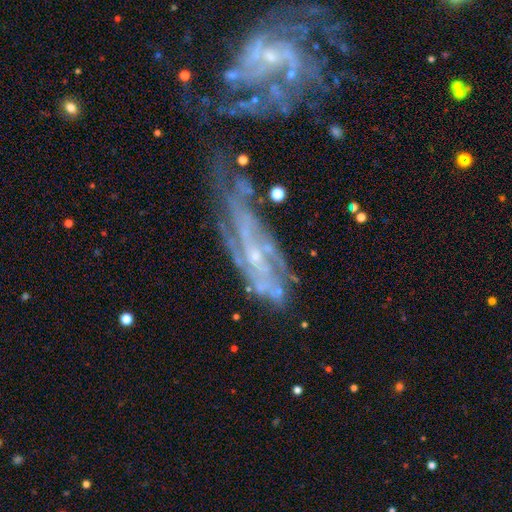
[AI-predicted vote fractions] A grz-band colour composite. It shows a featured or disk galaxy (78%) with no bar (54%), tight (48%) spiral arms (79%) and a small central bulge (73%). Merging: none (36%).